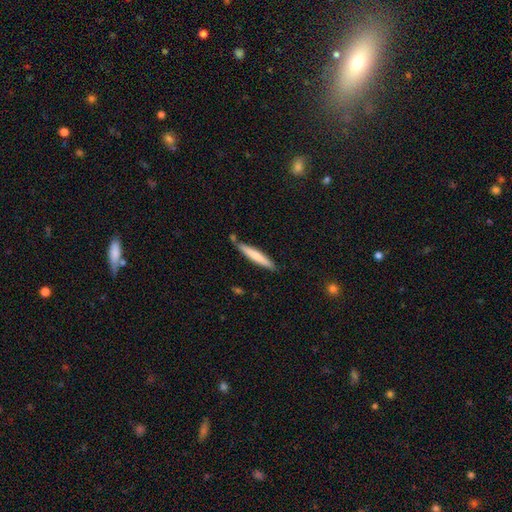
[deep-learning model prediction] Q: Smooth or featured?
A: smooth (68%); runner-up: featured or disk (27%)
Q: How rounded?
A: cigar-shaped (93%); runner-up: in between (6%)
Q: Merging?
A: none (77%); runner-up: minor disturbance (14%)